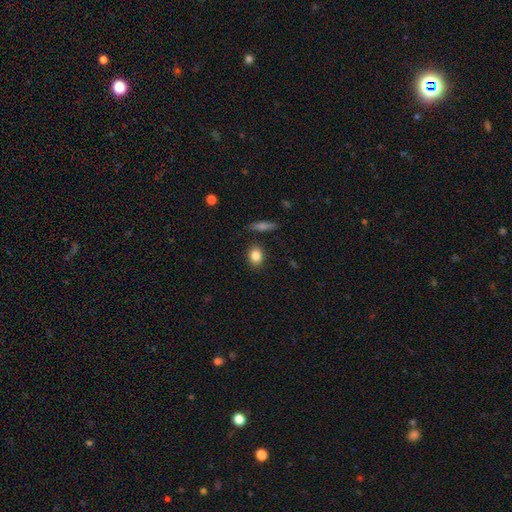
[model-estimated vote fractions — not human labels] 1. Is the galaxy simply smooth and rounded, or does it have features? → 84% smooth, 9% star or artifact, 7% featured or disk.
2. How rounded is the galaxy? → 54% round, 44% in between, 2% cigar-shaped.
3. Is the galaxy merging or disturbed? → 86% none, 9% minor disturbance, 3% merger, 2% major disturbance.